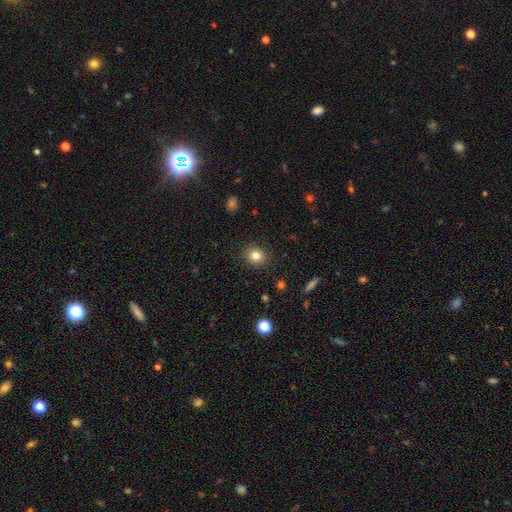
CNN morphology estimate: type=smooth (82%); roundness=round (75%); merging=none (89%).